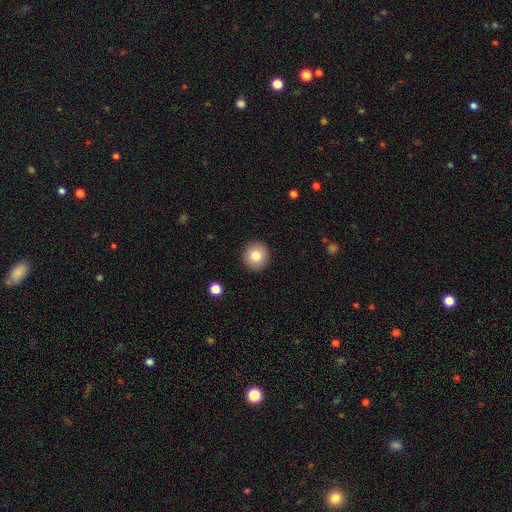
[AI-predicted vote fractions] The model was most divided on "smooth or featured": smooth: 81%, star or artifact: 9%, featured or disk: 9%. More confident: how rounded — round (94%); merging — none (92%).